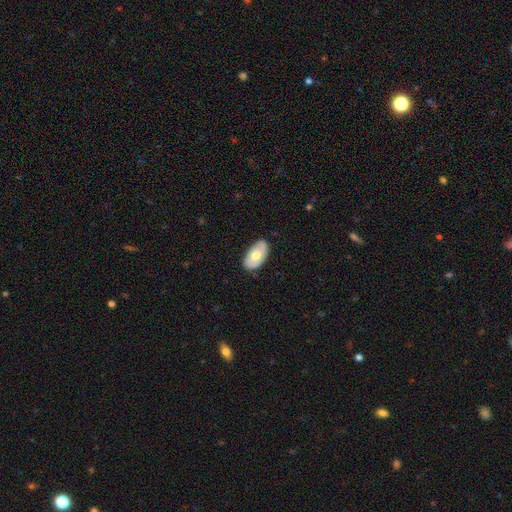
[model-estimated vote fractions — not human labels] Smooth or featured: smooth — 58% (featured or disk — 36%)
How rounded: in between — 94% (round — 4%)
Merging: none — 78% (minor disturbance — 18%)